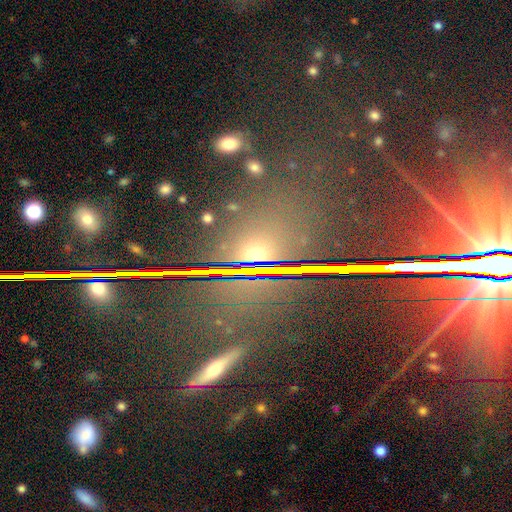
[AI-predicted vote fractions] This is possibly a star or artifact rather than a galaxy (51%).